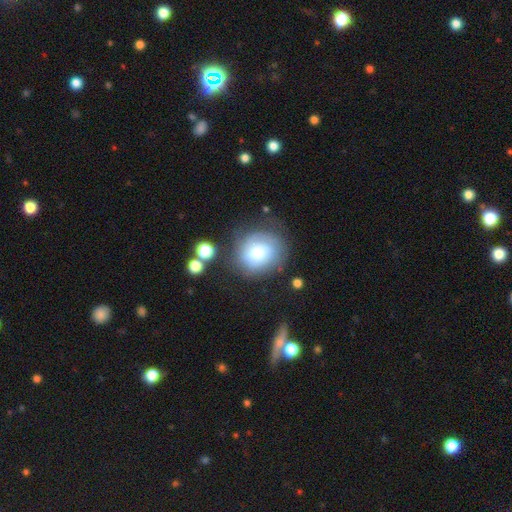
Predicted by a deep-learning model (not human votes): This is possibly a smooth galaxy (45%). Merging: likely none (70%).